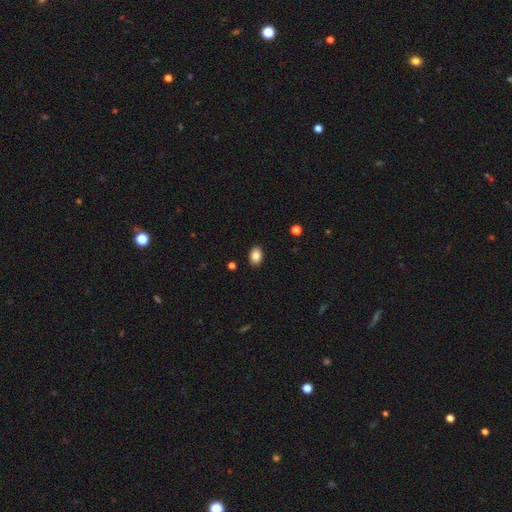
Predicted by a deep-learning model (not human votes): Morphology: type=smooth (85%); roundness=in between (80%); merging=none (89%).